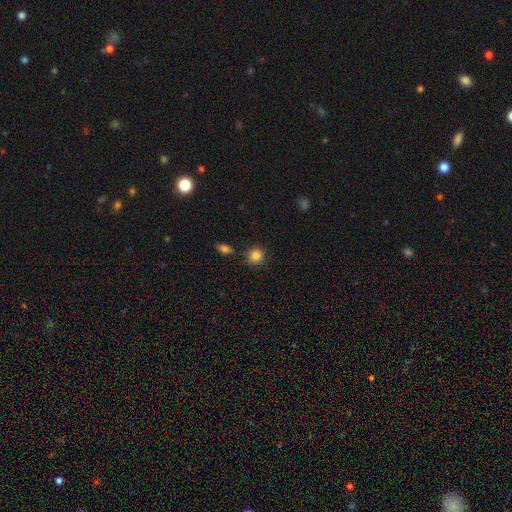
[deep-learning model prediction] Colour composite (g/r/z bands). It shows a smooth galaxy with no disk features (84%) that is round (91%). Merging: none (85%).